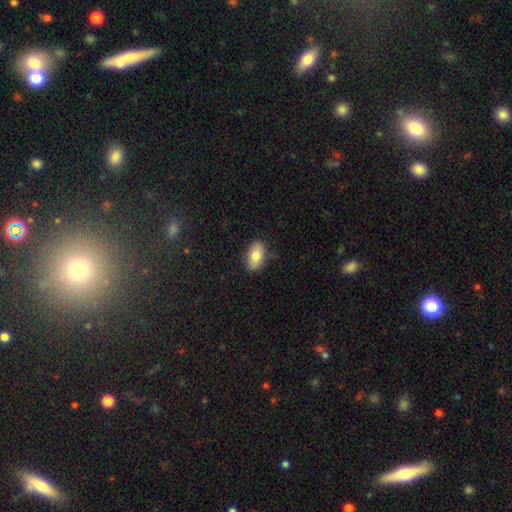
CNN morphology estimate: The model was most divided on "merging": none: 84%, minor disturbance: 13%, major disturbance: 3%, merger: 1%. More confident: how rounded — in between (92%); smooth or featured — smooth (82%).